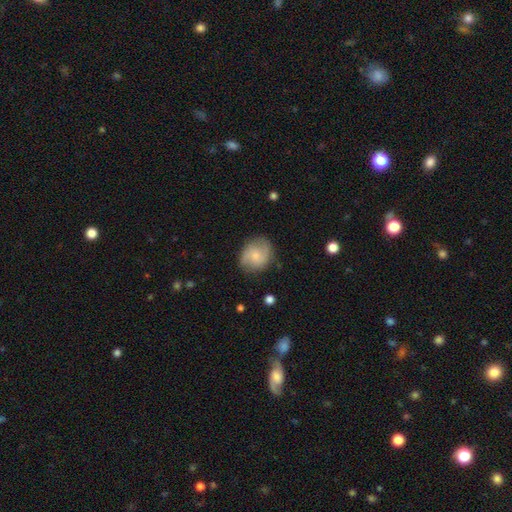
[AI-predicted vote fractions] Smooth or featured: smooth — 48% (featured or disk — 45%)
Merging: none — 75% (minor disturbance — 18%)